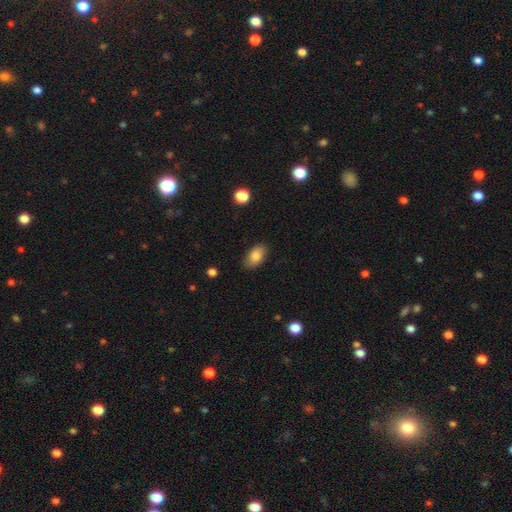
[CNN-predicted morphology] A smooth galaxy with no disk features (85%) that is in between round and cigar-shaped (92%).

Vote fractions:
- Smooth or featured? smooth: 85% / star or artifact: 8% / featured or disk: 7%
- How rounded? in between: 92% / round: 7% / cigar-shaped: 2%
- Merging? none: 85% / minor disturbance: 11% / major disturbance: 3% / merger: 1%